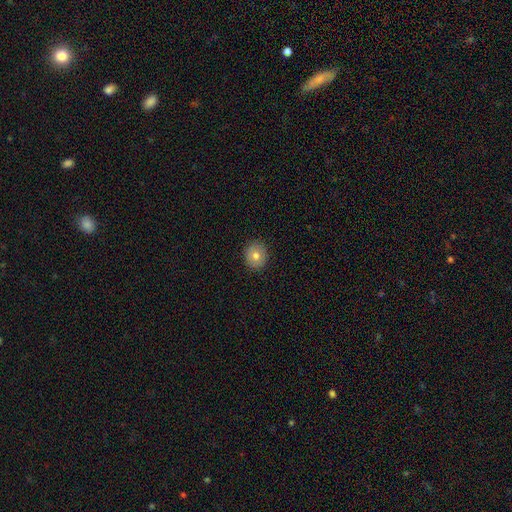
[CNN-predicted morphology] Smooth or featured? Predicted: smooth (p=0.75). How rounded? Predicted: round (p=0.78). Merging? Predicted: none (p=0.90).